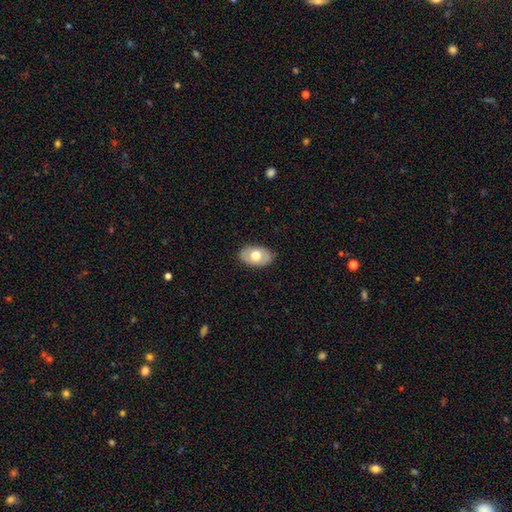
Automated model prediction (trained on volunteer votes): A smooth galaxy with no disk features (61%) that is in between round and cigar-shaped (88%). Merging: none (85%).